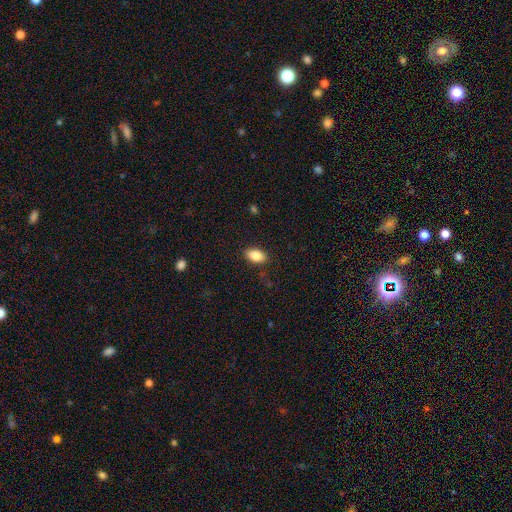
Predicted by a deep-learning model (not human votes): Smooth or featured?
  - smooth: 85% *
  - star or artifact: 8%
  - featured or disk: 7%
How rounded?
  - in between: 90% *
  - round: 8%
  - cigar-shaped: 2%
Merging?
  - none: 86% *
  - minor disturbance: 11%
  - major disturbance: 3%
  - merger: 1%